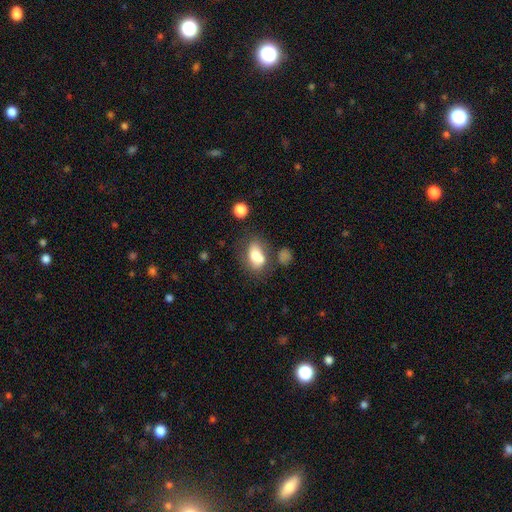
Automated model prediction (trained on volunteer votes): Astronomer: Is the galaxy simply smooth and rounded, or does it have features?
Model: smooth — 74%.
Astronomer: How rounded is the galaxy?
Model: in between — 80%.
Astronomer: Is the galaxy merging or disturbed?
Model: none — 44% (runner-up: merger, 26%).